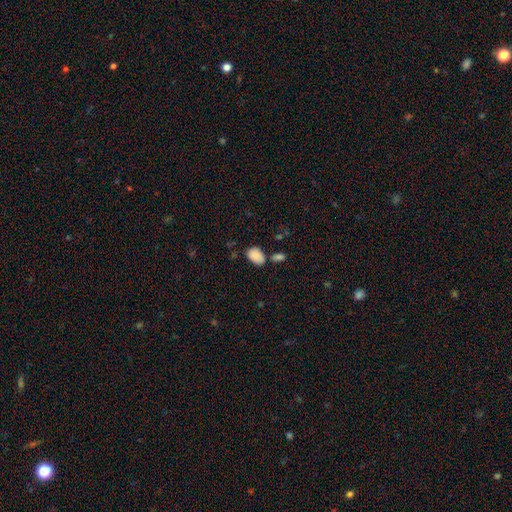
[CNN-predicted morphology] Smooth or featured? smooth (87%)
How rounded? in between (88%)
Merging? none (59%)